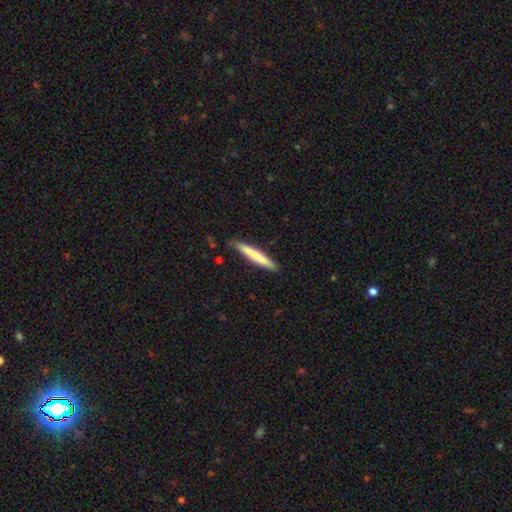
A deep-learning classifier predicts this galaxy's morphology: Smooth or featured? smooth (67%)
How rounded? cigar-shaped (94%)
Merging? none (82%)